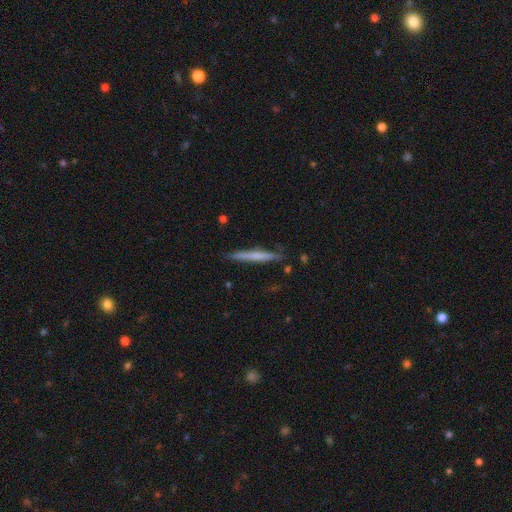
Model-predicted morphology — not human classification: The model was most divided on "smooth or featured": smooth: 53%, featured or disk: 42%, star or artifact: 6%. More confident: how rounded — cigar-shaped (96%); merging — none (86%).